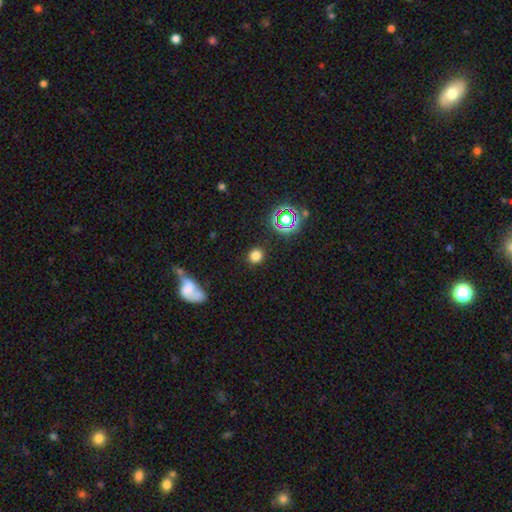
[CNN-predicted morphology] smooth 77%, star or artifact 18%, featured or disk 6%. Down the decision tree: how rounded — round (87%); merging — none (90%).